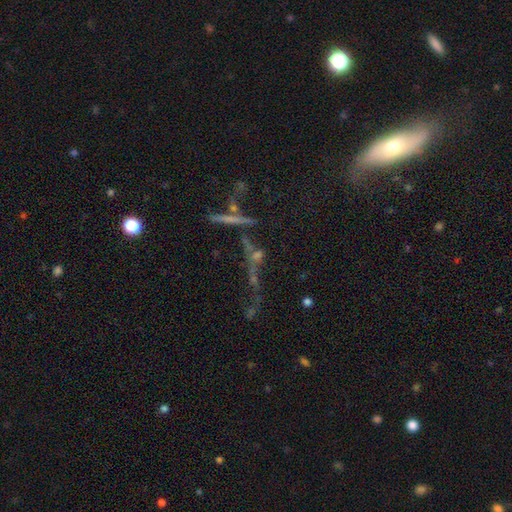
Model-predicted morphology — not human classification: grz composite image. It shows a featured or disk galaxy (38%, tied with star or artifact). Merging: none (45%).